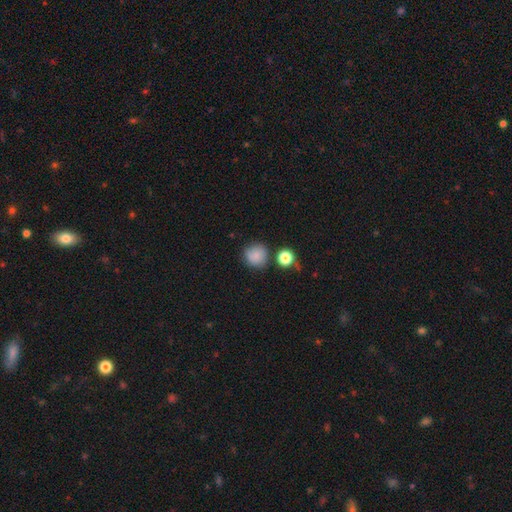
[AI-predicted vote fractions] A smooth galaxy with no disk features (82%) that is round (90%).

Vote fractions:
- Smooth or featured? smooth: 82% / star or artifact: 11% / featured or disk: 7%
- How rounded? round: 90% / in between: 9% / cigar-shaped: 1%
- Merging? none: 74% / minor disturbance: 14% / merger: 7% / major disturbance: 4%